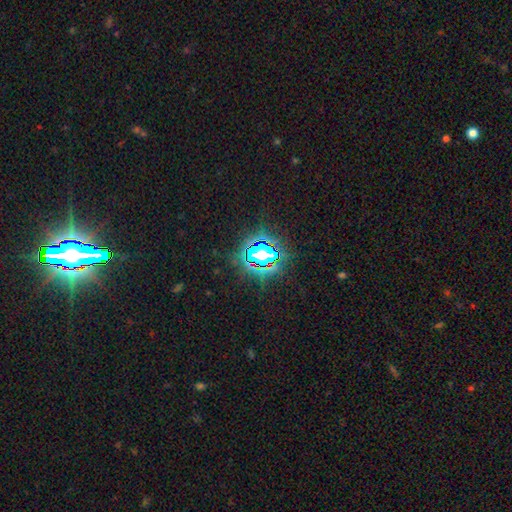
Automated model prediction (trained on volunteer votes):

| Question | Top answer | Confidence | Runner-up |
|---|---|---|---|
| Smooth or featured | star or artifact | 77% | smooth (14%) |